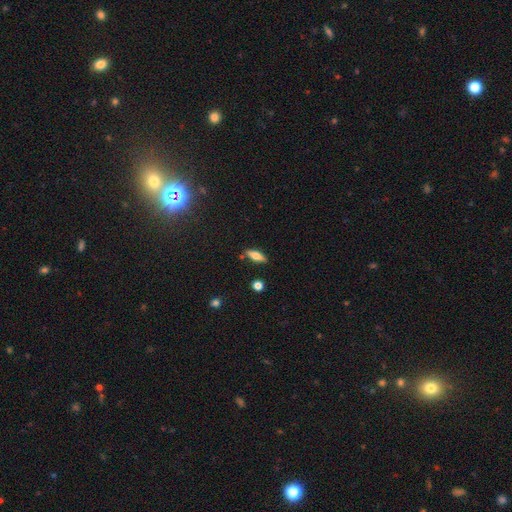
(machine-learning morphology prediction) The model was most divided on "how rounded": in between: 55%, cigar-shaped: 42%, round: 3%. More confident: merging — none (83%); smooth or featured — smooth (60%).